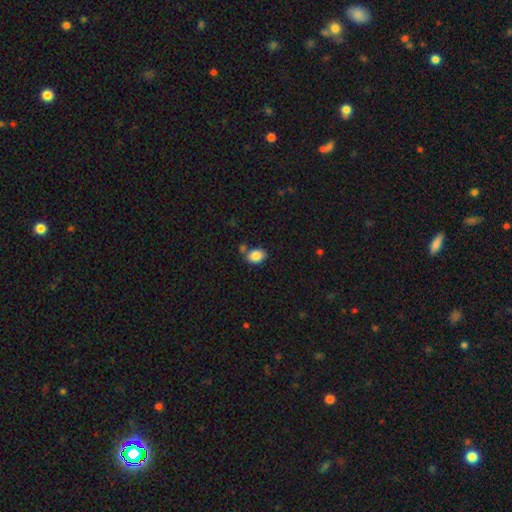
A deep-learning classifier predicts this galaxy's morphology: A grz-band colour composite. It shows a smooth galaxy with no disk features (86%) that is in between round and cigar-shaped (72%). Merging: none (68%).